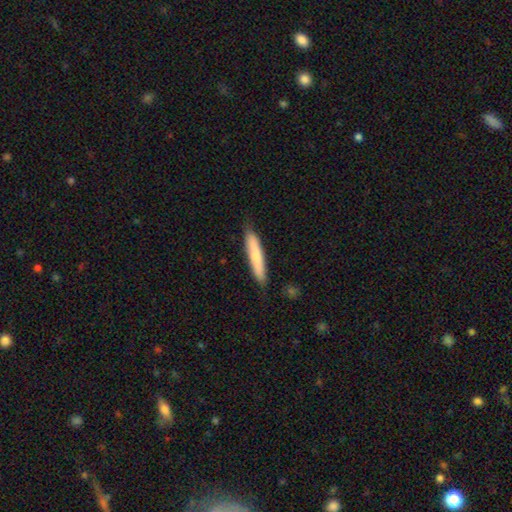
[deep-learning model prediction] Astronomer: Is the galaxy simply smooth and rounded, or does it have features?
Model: smooth — 69%.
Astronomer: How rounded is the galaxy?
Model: cigar-shaped — 90%.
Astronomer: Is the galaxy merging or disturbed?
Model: none — 85%.